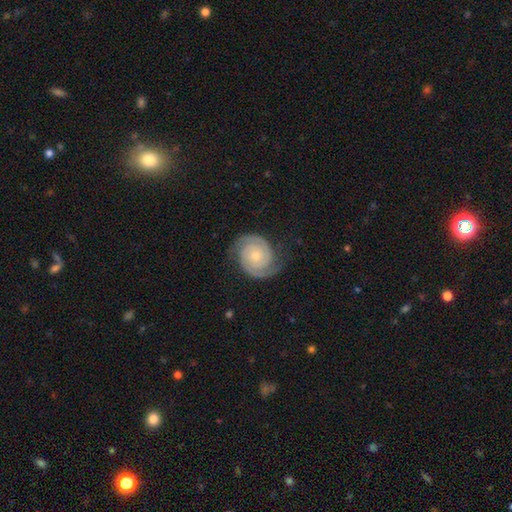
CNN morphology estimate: featured or disk 90%, smooth 5%, star or artifact 5%. Down the decision tree: edge-on disk — no (98%); bar — no (78%); spiral arms — yes (98%); spiral arm count — 2 (93%); spiral winding — tight (69%); bulge size — small (54%); merging — none (82%).